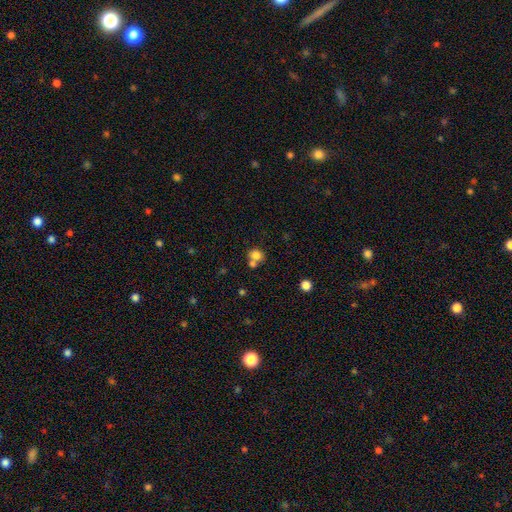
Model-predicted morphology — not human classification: smooth_or_featured: smooth (p=0.79) [alt: star or artifact p=0.12]
how_rounded: round (p=0.71) [alt: in between p=0.28]
merging: none (p=0.49) [alt: merger p=0.37]